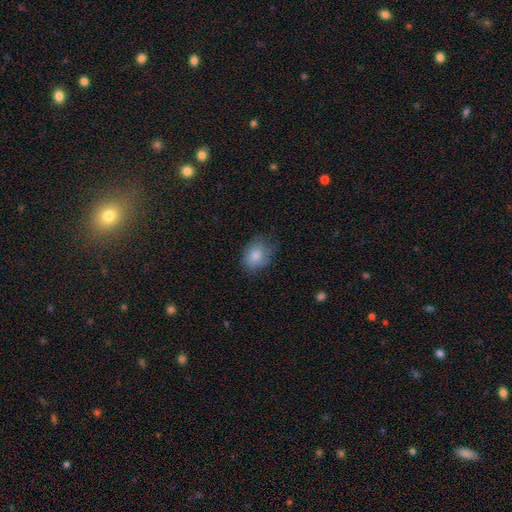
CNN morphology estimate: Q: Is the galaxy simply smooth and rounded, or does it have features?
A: smooth — 82%.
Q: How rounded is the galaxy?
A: in between — 61%.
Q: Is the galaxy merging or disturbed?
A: none — 65%.